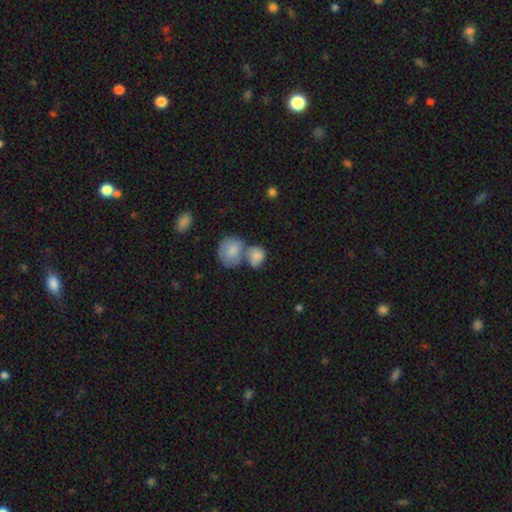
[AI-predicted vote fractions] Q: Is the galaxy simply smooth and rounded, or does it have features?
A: smooth — 80%.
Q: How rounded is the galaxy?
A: round — 53%.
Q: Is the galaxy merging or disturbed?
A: merger — 56%.